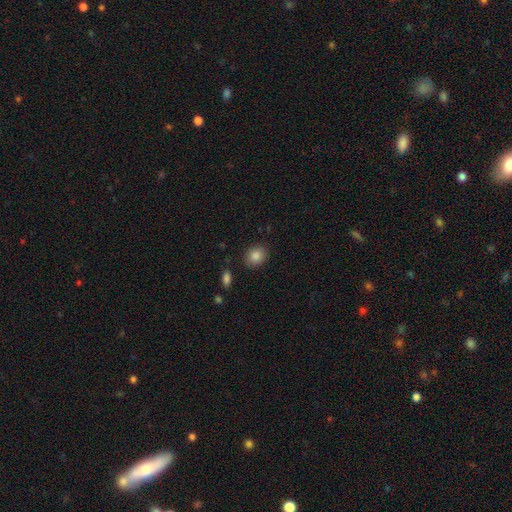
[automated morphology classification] type=smooth (86%); roundness=round (52%); merging=none (86%).